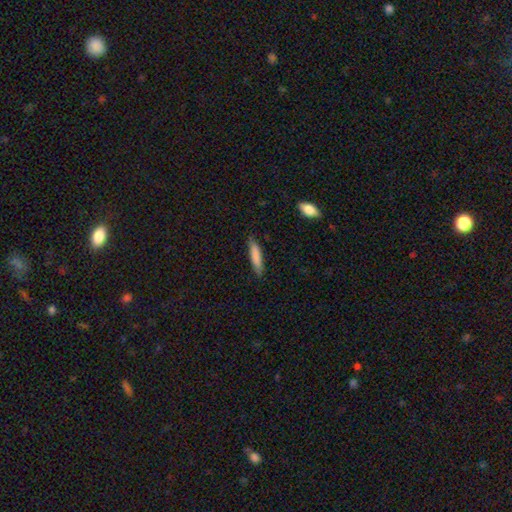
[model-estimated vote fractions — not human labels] Smooth or featured?
  - smooth: 82% *
  - featured or disk: 12%
  - star or artifact: 6%
How rounded?
  - cigar-shaped: 84% *
  - in between: 15%
  - round: 1%
Merging?
  - none: 83% *
  - minor disturbance: 14%
  - major disturbance: 2%
  - merger: 1%